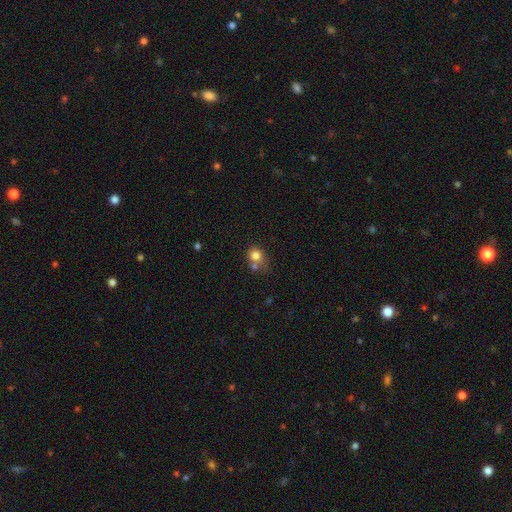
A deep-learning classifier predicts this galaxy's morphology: Overall: smooth (80%). How rounded: round (75%). Merging: none (46%; merger 30%).